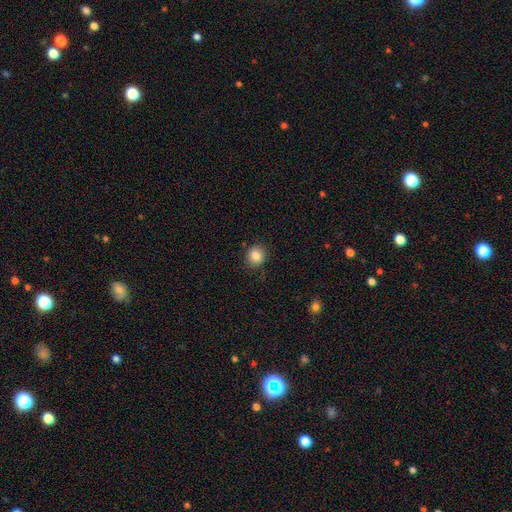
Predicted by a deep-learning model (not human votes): Overall: smooth (85%). How rounded: round (83%). Merging: none (86%).